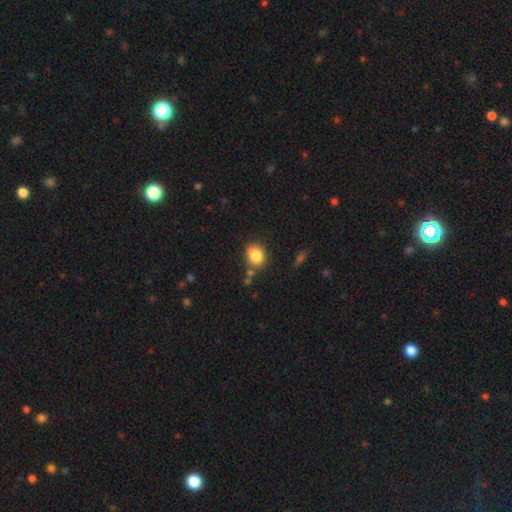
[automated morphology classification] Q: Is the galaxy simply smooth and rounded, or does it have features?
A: smooth — 82%.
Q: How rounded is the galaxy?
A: round — 67%.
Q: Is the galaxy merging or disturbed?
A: none — 70%.